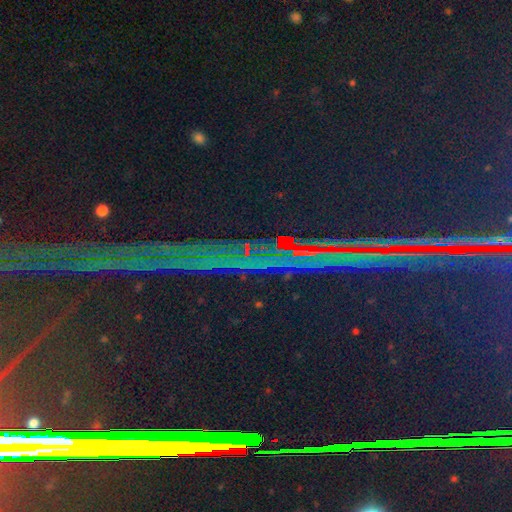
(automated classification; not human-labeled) This is clearly a star or artifact rather than a galaxy (88%).